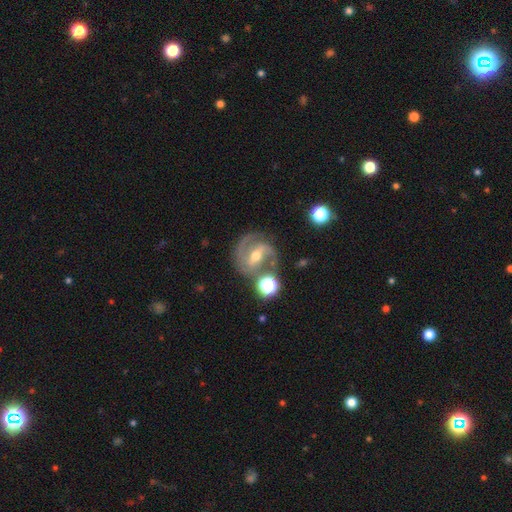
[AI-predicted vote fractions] featured or disk 85%, star or artifact 8%, smooth 7%. Down the decision tree: edge-on disk — no (97%); bar — strong (43%); spiral arms — yes (96%); spiral arm count — 2 (83%); spiral winding — medium (59%); bulge size — moderate (62%); merging — none (68%).